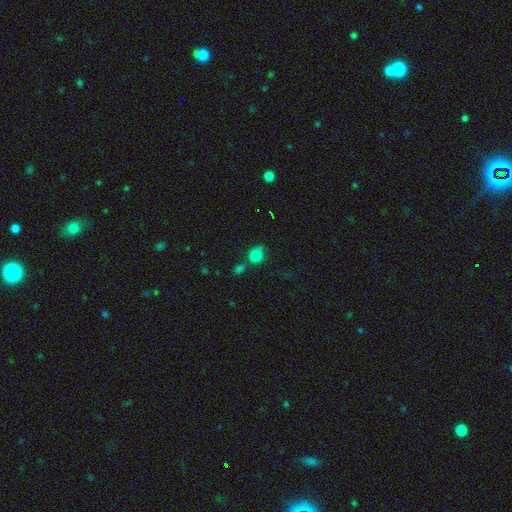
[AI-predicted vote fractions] smooth 82%, star or artifact 12%, featured or disk 6%. Down the decision tree: how rounded — round (79%); merging — none (54%).